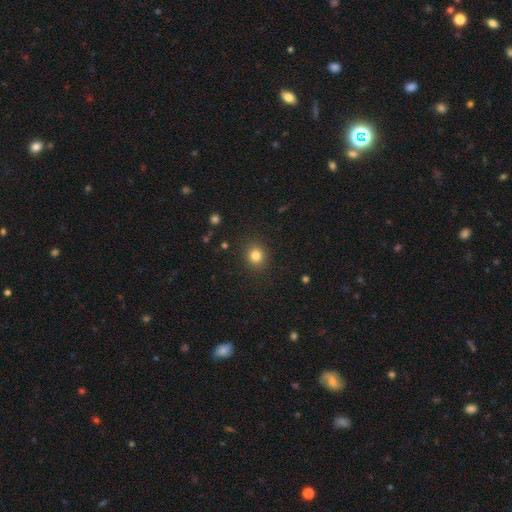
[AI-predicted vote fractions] Morphology: type=smooth (82%); roundness=round (81%); merging=none (89%).